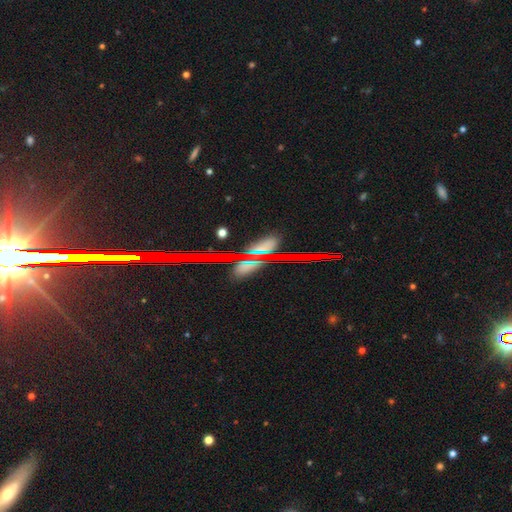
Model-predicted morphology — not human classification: Q: Smooth or featured?
A: star or artifact (44%); runner-up: featured or disk (32%)